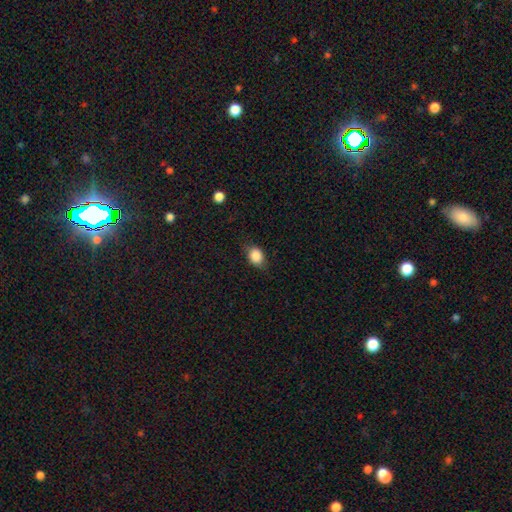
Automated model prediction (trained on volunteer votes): Q: Smooth or featured?
A: smooth (85%); runner-up: star or artifact (9%)
Q: How rounded?
A: in between (58%); runner-up: round (40%)
Q: Merging?
A: none (75%); runner-up: minor disturbance (19%)